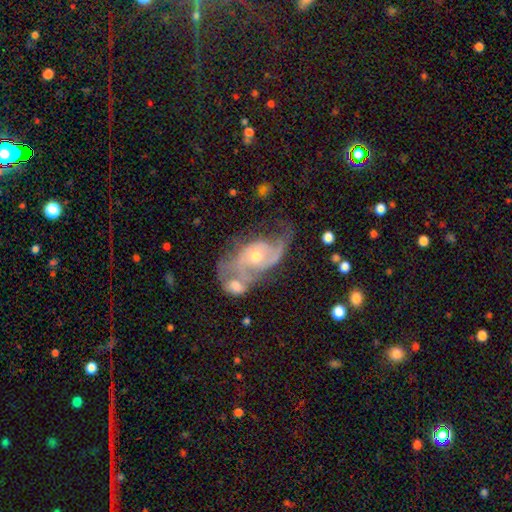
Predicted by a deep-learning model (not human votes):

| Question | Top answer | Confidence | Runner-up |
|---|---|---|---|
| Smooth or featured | featured or disk | 81% | smooth (12%) |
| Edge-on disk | no | 96% | yes (4%) |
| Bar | no | 68% | weak (25%) |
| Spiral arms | yes | 90% | no (10%) |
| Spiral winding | medium | 43% | loose (30%) |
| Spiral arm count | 2 | 66% | can't tell (15%) |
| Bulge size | moderate | 56% | small (40%) |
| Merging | merger | 41% | none (26%) |